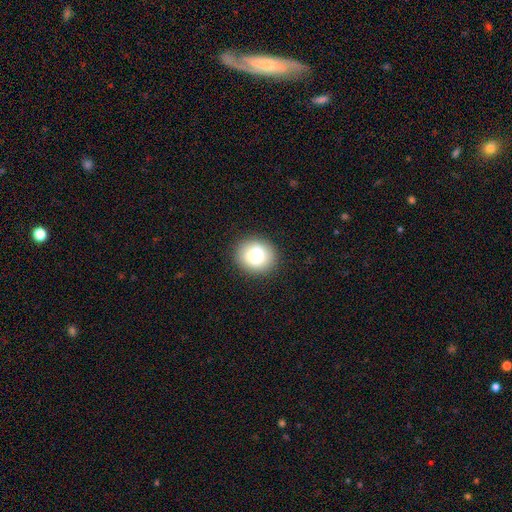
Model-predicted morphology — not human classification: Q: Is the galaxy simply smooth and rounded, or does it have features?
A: smooth — 80%.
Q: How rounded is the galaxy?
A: round — 81%.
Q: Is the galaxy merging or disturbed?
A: none — 88%.